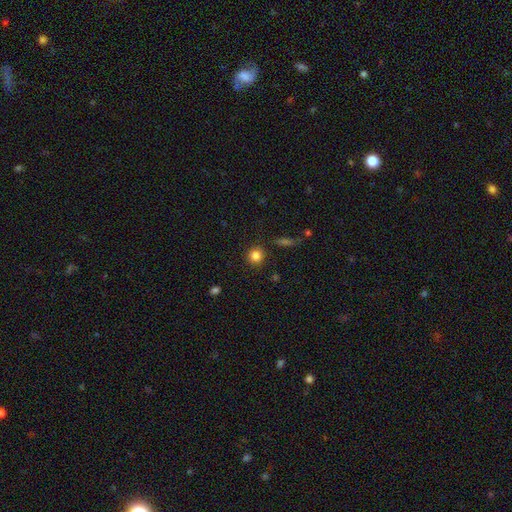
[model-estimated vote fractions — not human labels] smooth-or-featured: smooth: 83% | star or artifact: 12% | featured or disk: 6%
  how-rounded: round: 90% | in between: 9% | cigar-shaped: 1%
  merging: none: 88% | minor disturbance: 7% | major disturbance: 2% | merger: 2%